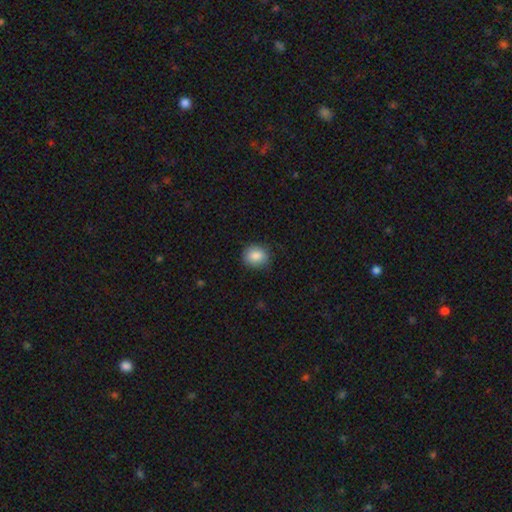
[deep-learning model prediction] The model was most divided on "how rounded": round: 69%, in between: 30%, cigar-shaped: 1%. More confident: smooth or featured — smooth (87%); merging — none (84%).